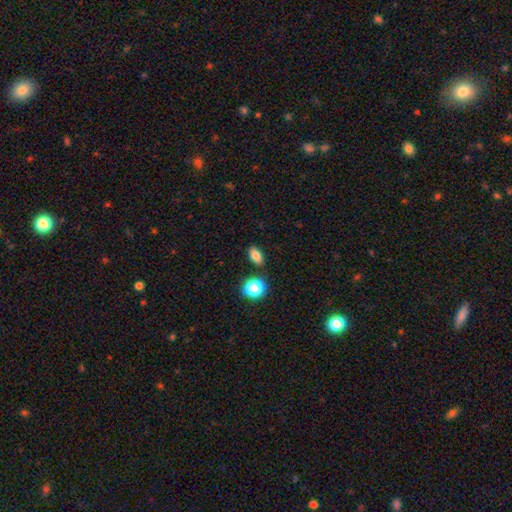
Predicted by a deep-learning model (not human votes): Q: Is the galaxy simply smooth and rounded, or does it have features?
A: smooth — 78%.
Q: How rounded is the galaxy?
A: in between — 81%.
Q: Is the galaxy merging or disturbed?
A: none — 85%.